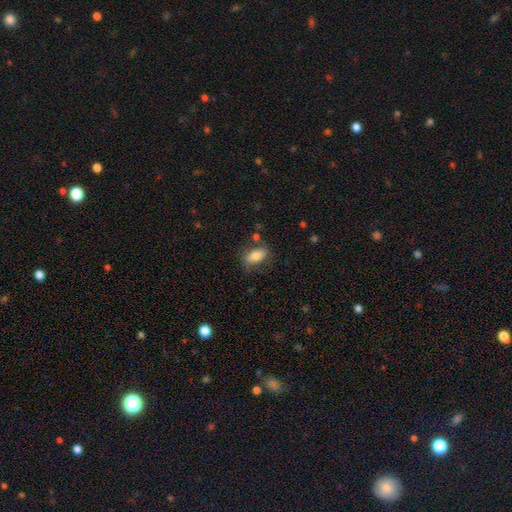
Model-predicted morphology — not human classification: smooth 74%, featured or disk 18%, star or artifact 7%. Down the decision tree: how rounded — in between (89%); merging — none (68%).